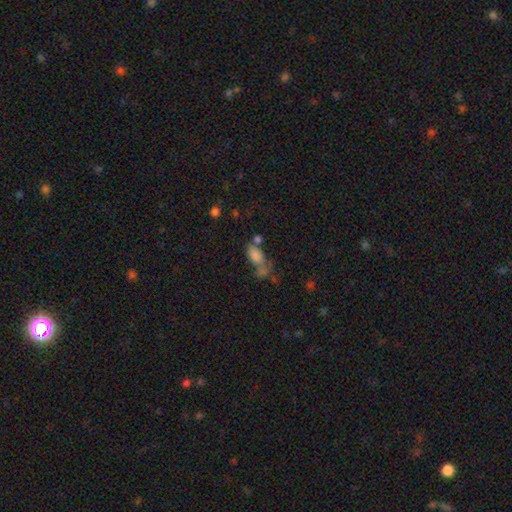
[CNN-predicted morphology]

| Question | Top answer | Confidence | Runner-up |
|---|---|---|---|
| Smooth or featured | smooth | 71% | star or artifact (15%) |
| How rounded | in between | 84% | round (9%) |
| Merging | merger | 38% | none (30%) |